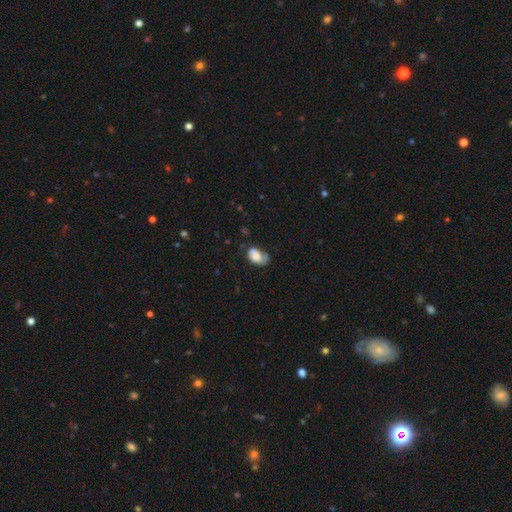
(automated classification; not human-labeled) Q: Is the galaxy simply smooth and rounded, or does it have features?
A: smooth — 71%.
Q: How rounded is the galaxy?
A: in between — 88%.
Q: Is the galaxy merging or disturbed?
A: none — 36%.